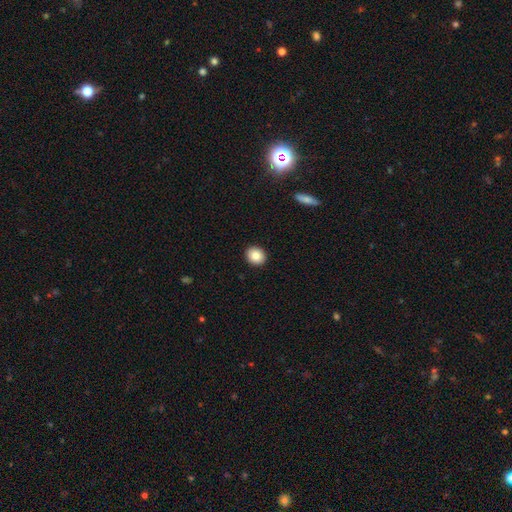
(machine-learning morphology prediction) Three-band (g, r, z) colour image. It shows a smooth galaxy with no disk features (84%) that is round (72%). Merging: none (92%).